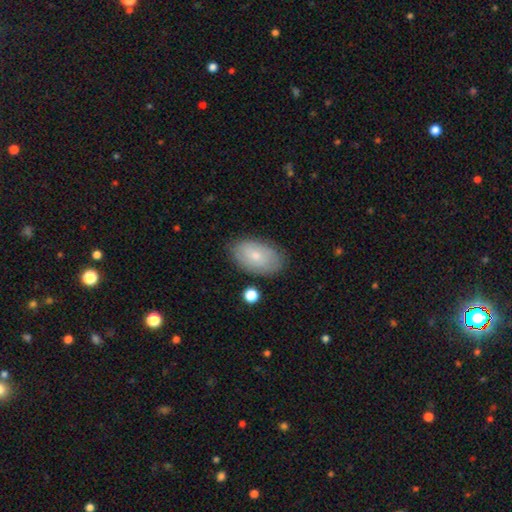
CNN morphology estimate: The model was most divided on "smooth or featured": smooth: 65%, featured or disk: 28%, star or artifact: 7%. More confident: how rounded — in between (92%); merging — none (80%).